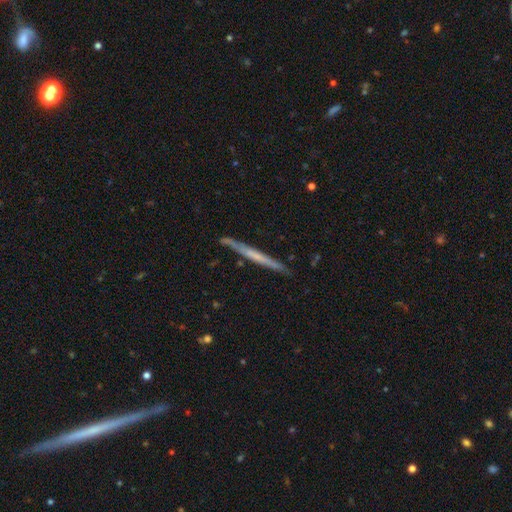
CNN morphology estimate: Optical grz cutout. It shows a featured or disk galaxy (57%) viewed edge-on (97%) with no central bulge (80%). Merging: none (87%).